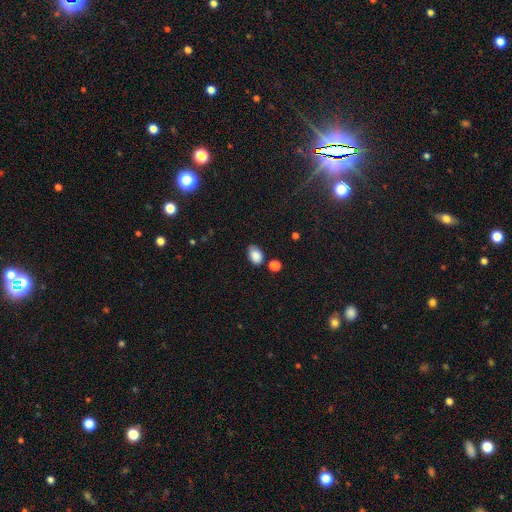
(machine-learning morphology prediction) smooth-or-featured: smooth: 87% | star or artifact: 8% | featured or disk: 5%
  how-rounded: in between: 87% | round: 12% | cigar-shaped: 1%
  merging: none: 69% | minor disturbance: 19% | merger: 7% | major disturbance: 4%